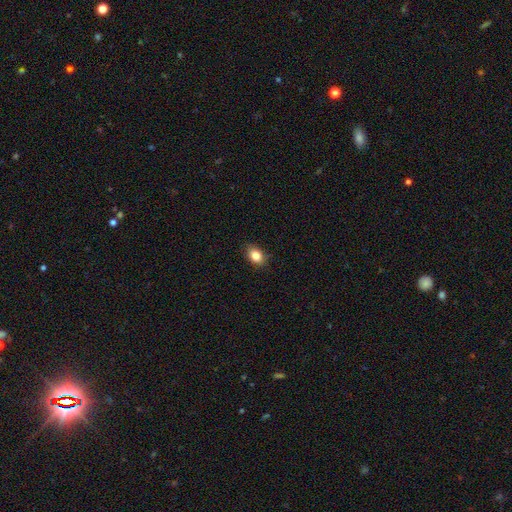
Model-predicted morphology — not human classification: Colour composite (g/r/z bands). It shows a smooth galaxy with no disk features (85%) that is in between round and cigar-shaped (80%). Merging: none (86%).